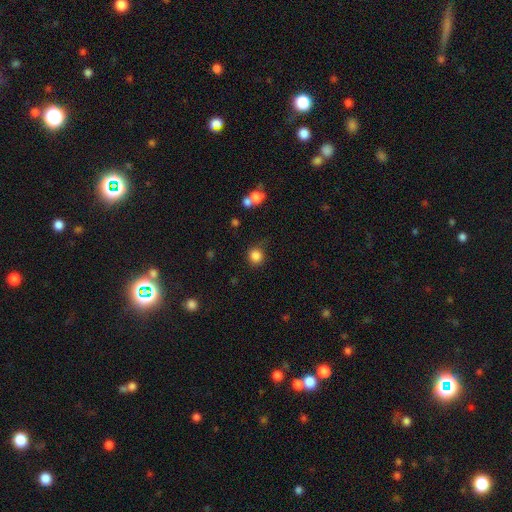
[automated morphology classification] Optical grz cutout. It shows a smooth galaxy with no disk features (84%) that is round (89%). Merging: none (76%).